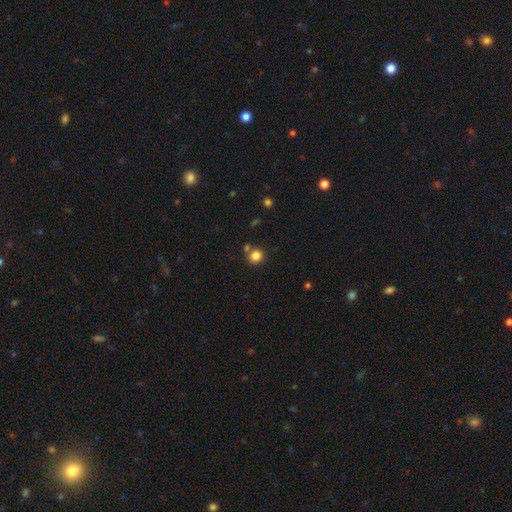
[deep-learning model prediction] Smooth or featured? Predicted: smooth (p=0.83). How rounded? Predicted: round (p=0.84). Merging? Predicted: none (p=0.71).